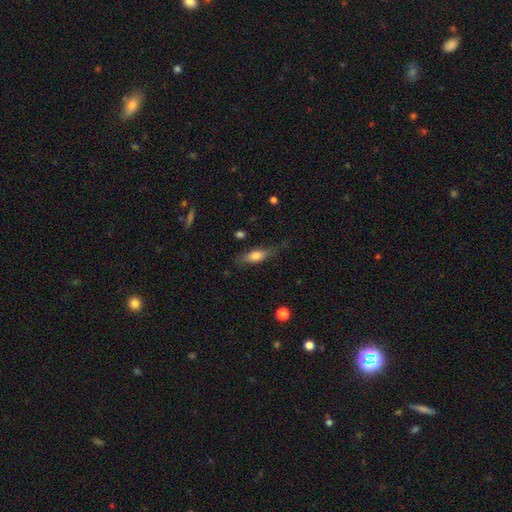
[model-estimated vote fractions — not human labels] This is likely a smooth galaxy (68%). How rounded: likely in between (62%). Merging: likely none (67%).